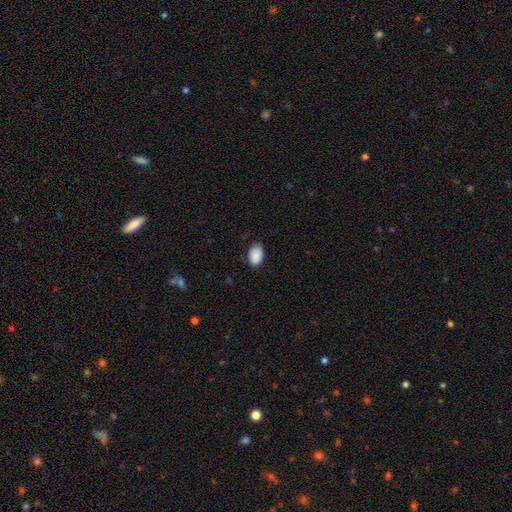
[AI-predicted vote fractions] smooth-or-featured: smooth: 90% | star or artifact: 7% | featured or disk: 3%
  how-rounded: in between: 88% | round: 11% | cigar-shaped: 1%
  merging: none: 79% | minor disturbance: 17% | major disturbance: 3% | merger: 1%